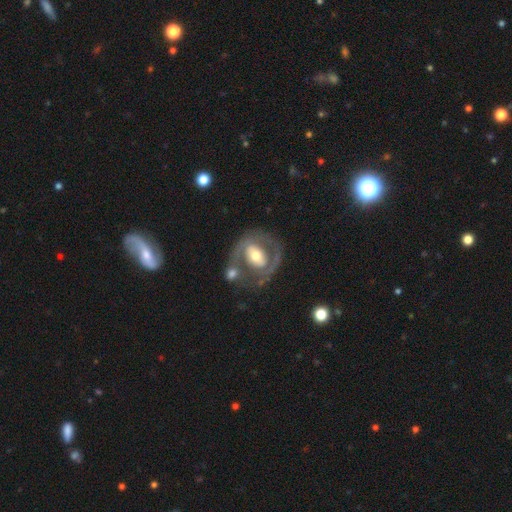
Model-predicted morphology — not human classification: A featured or disk galaxy (68%) with no bar (42%), spiral arms (50%, tied with no) and a moderate central bulge (66%). Merging: none (50%).